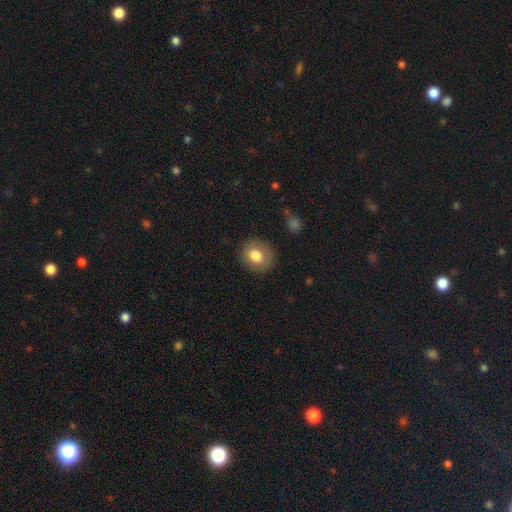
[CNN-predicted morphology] Smooth or featured? smooth (78%)
How rounded? round (78%)
Merging? none (85%)